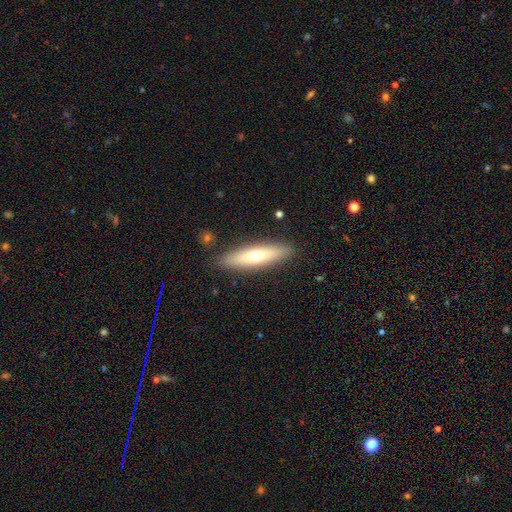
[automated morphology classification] smooth 55%, featured or disk 39%, star or artifact 6%. Down the decision tree: how rounded — cigar-shaped (71%); merging — none (88%).